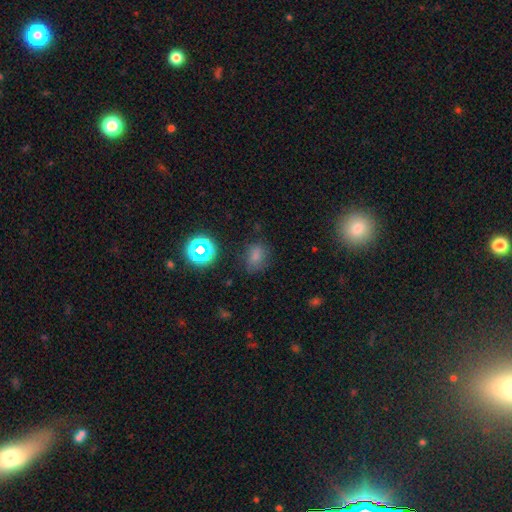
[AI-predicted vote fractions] Smooth or featured? Predicted: smooth (p=0.70). How rounded? Predicted: in between (p=0.64). Merging? Predicted: none (p=0.68).